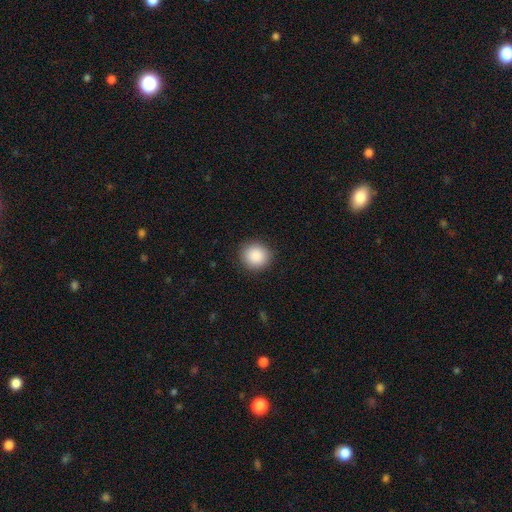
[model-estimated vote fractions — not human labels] A smooth galaxy with no disk features (89%) that is round (91%).

Vote fractions:
- Smooth or featured? smooth: 89% / star or artifact: 8% / featured or disk: 3%
- How rounded? round: 91% / in between: 8% / cigar-shaped: 1%
- Merging? none: 90% / minor disturbance: 7% / major disturbance: 2% / merger: 1%